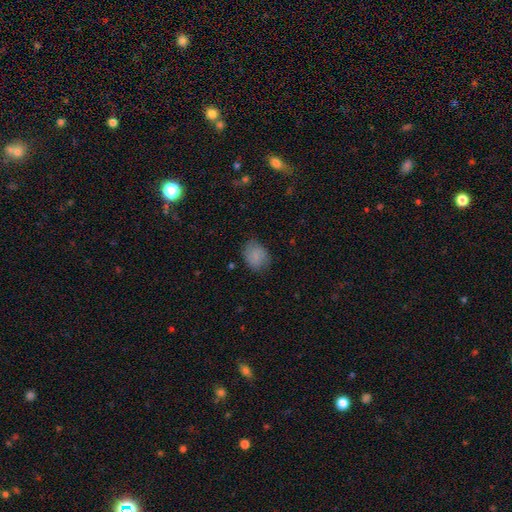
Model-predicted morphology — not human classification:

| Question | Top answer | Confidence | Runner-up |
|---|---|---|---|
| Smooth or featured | smooth | 75% | featured or disk (17%) |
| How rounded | in between | 54% | round (45%) |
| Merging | none | 75% | minor disturbance (19%) |